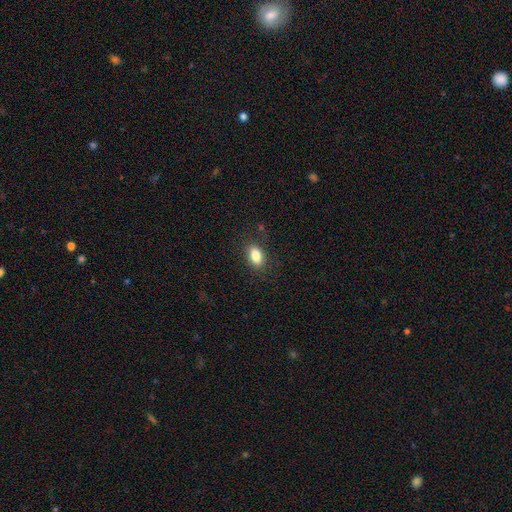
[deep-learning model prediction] Smooth or featured? Predicted: smooth (p=0.84). How rounded? Predicted: in between (p=0.88). Merging? Predicted: none (p=0.85).